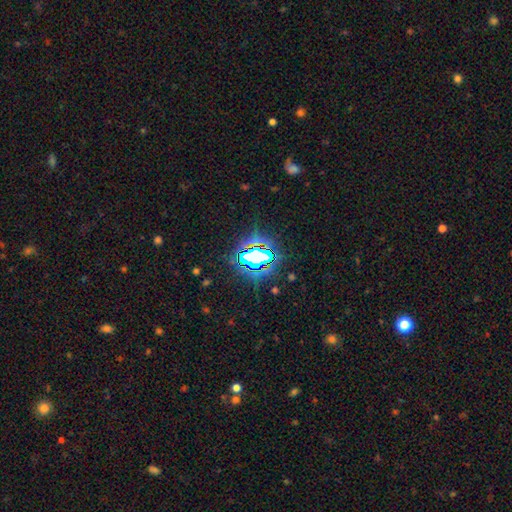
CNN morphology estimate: Overall: star or artifact (71%).